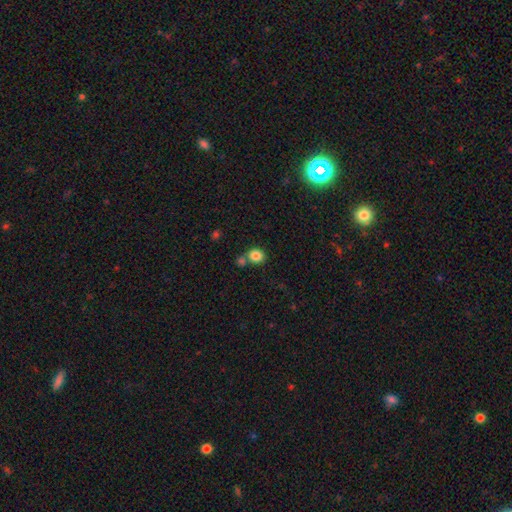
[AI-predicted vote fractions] smooth_or_featured: smooth (p=0.84) [alt: star or artifact p=0.10]
how_rounded: round (p=0.72) [alt: in between p=0.27]
merging: none (p=0.60) [alt: merger p=0.27]